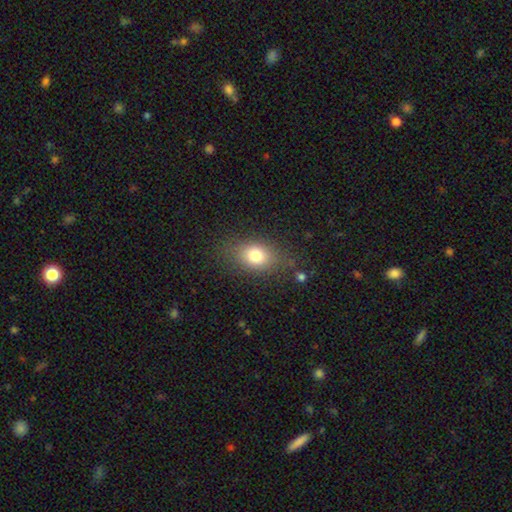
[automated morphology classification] Smooth or featured? Predicted: smooth (p=0.77). How rounded? Predicted: in between (p=0.69). Merging? Predicted: none (p=0.78).